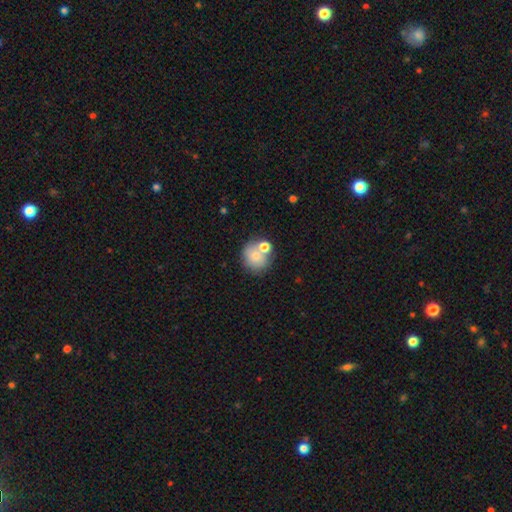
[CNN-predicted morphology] Q: Smooth or featured?
A: smooth (75%); runner-up: featured or disk (16%)
Q: How rounded?
A: round (82%); runner-up: in between (17%)
Q: Merging?
A: none (52%); runner-up: merger (31%)